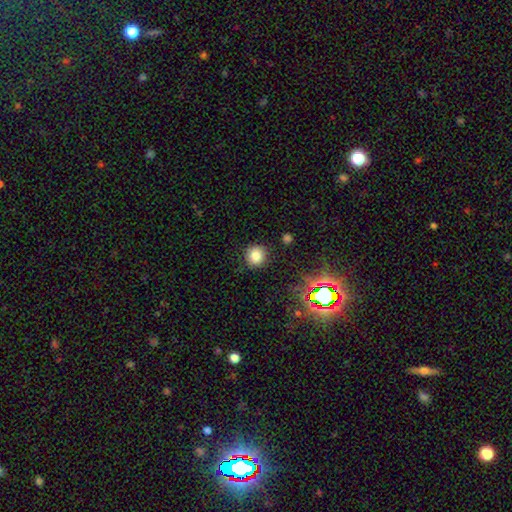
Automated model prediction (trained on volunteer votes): A smooth galaxy with no disk features (78%) that is round (88%).

Vote fractions:
- Smooth or featured? smooth: 78% / star or artifact: 15% / featured or disk: 6%
- How rounded? round: 88% / in between: 11% / cigar-shaped: 1%
- Merging? none: 87% / minor disturbance: 9% / major disturbance: 3% / merger: 2%